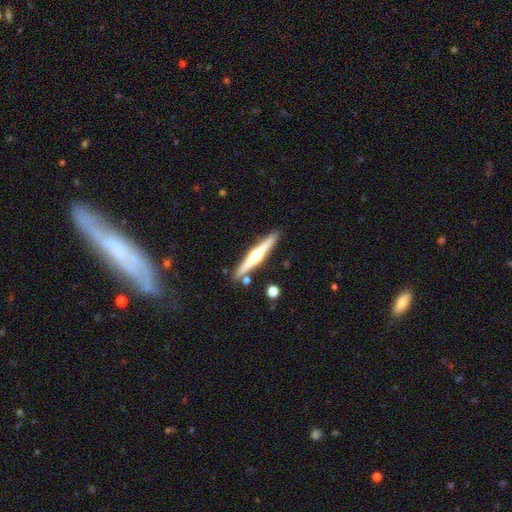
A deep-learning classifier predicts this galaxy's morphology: Q: Smooth or featured?
A: featured or disk (71%); runner-up: smooth (24%)
Q: Edge-on disk?
A: yes (98%); runner-up: no (2%)
Q: Edge-on bulge?
A: rounded (93%); runner-up: boxy (4%)
Q: Merging?
A: none (87%); runner-up: minor disturbance (8%)